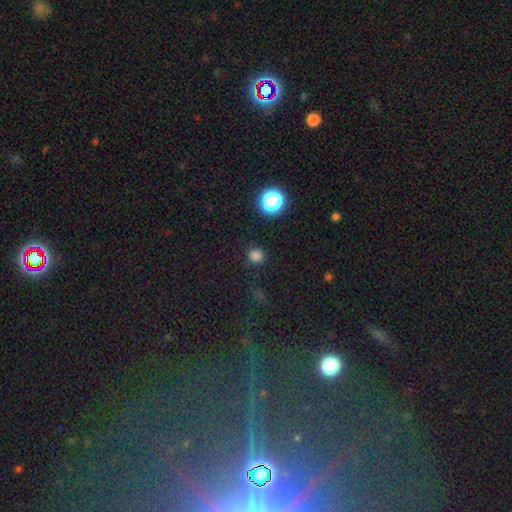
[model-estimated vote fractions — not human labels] smooth_or_featured: smooth (p=0.78) [alt: star or artifact p=0.18]
how_rounded: round (p=0.89) [alt: in between p=0.10]
merging: none (p=0.86) [alt: minor disturbance p=0.09]